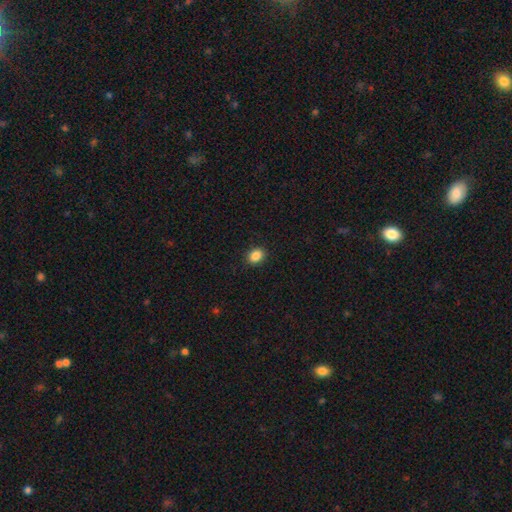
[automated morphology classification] Smooth or featured? Predicted: smooth (p=0.87). How rounded? Predicted: in between (p=0.53). Merging? Predicted: none (p=0.90).